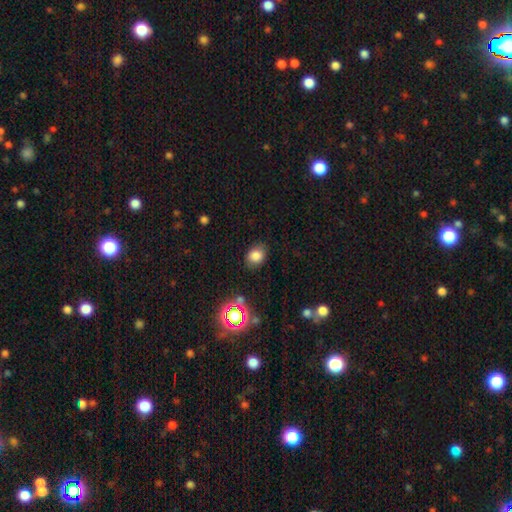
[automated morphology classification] Smooth or featured? Predicted: smooth (p=0.80). How rounded? Predicted: in between (p=0.51). Merging? Predicted: none (p=0.81).